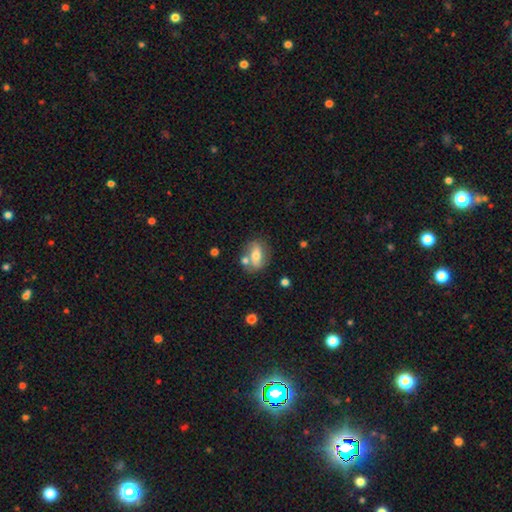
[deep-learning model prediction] Morphology: type=smooth (53%); roundness=in between (73%); merging=none (63%).